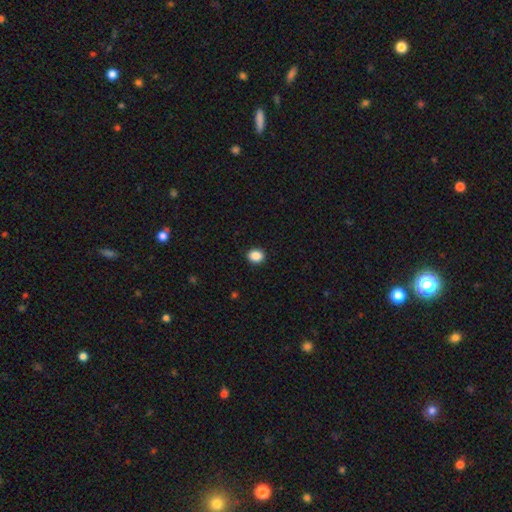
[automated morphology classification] smooth_or_featured: smooth (p=0.88) [alt: star or artifact p=0.09]
how_rounded: round (p=0.70) [alt: in between p=0.29]
merging: none (p=0.92) [alt: minor disturbance p=0.05]